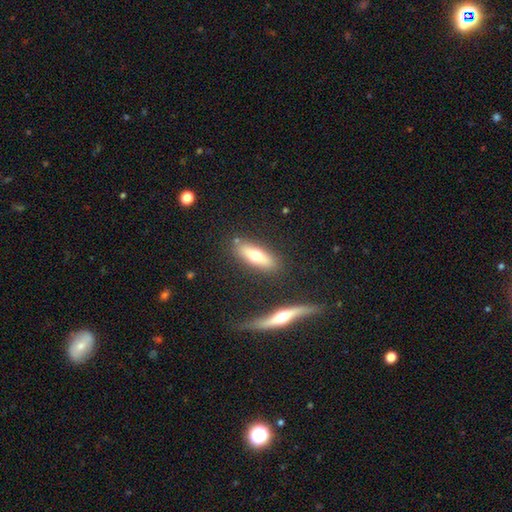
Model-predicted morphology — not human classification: Smooth or featured? Predicted: smooth (p=0.60). How rounded? Predicted: cigar-shaped (p=0.50). Merging? Predicted: none (p=0.80).